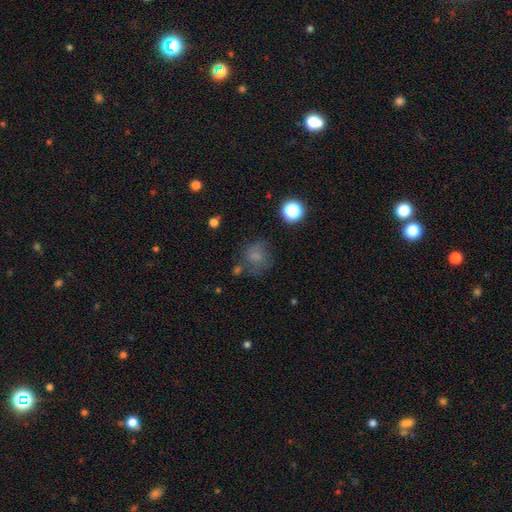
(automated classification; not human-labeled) Smooth or featured: smooth — 67% (star or artifact — 17%)
How rounded: round — 75% (in between — 24%)
Merging: none — 57% (minor disturbance — 22%)